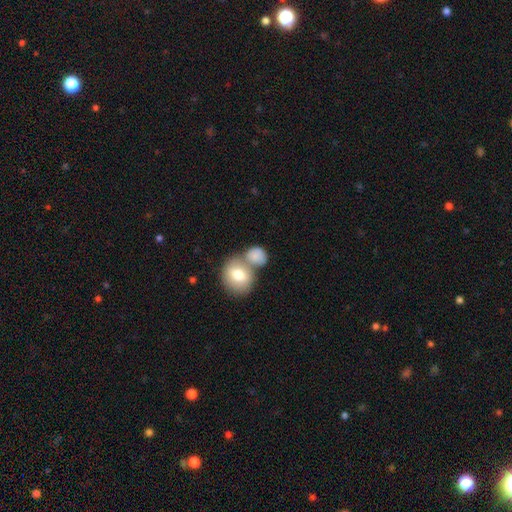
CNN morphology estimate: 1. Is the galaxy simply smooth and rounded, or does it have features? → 81% smooth, 12% featured or disk, 7% star or artifact.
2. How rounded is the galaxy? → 64% round, 35% in between, 1% cigar-shaped.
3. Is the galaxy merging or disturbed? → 50% merger, 35% none, 10% minor disturbance, 5% major disturbance.